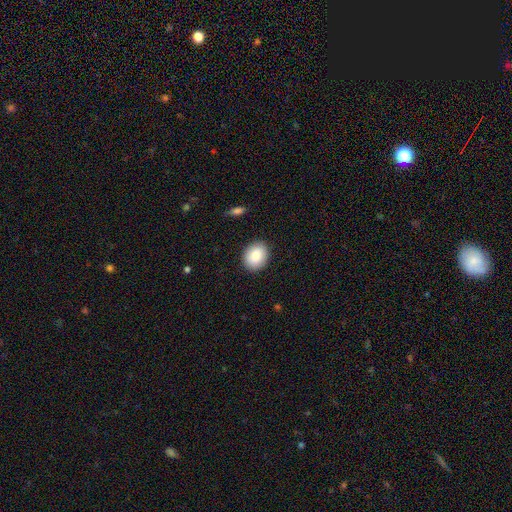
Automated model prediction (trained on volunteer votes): A smooth galaxy with no disk features (85%) that is in between round and cigar-shaped (50%). Merging: none (89%).